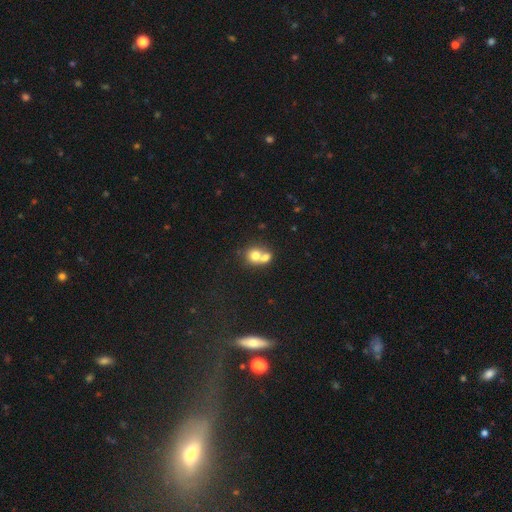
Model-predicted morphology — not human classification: Smooth or featured?
  - smooth: 72% *
  - featured or disk: 18%
  - star or artifact: 10%
How rounded?
  - round: 74% *
  - in between: 25%
  - cigar-shaped: 1%
Merging?
  - merger: 64% *
  - none: 28%
  - minor disturbance: 6%
  - major disturbance: 3%